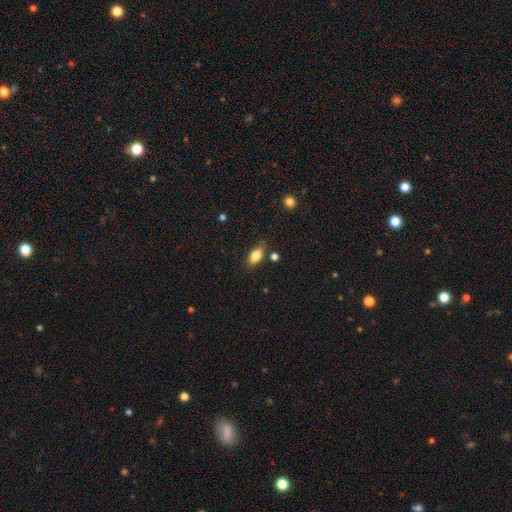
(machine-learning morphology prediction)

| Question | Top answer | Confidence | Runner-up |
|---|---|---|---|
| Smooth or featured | smooth | 81% | featured or disk (11%) |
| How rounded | in between | 86% | cigar-shaped (9%) |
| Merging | none | 77% | minor disturbance (16%) |